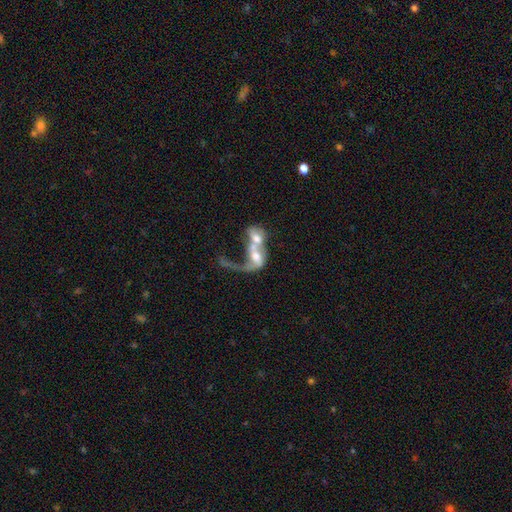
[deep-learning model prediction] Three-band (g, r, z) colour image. It shows a featured or disk galaxy (55%) with no bar (65%), spiral arms (54%) and a moderate central bulge (47%). Merging: merger (75%).